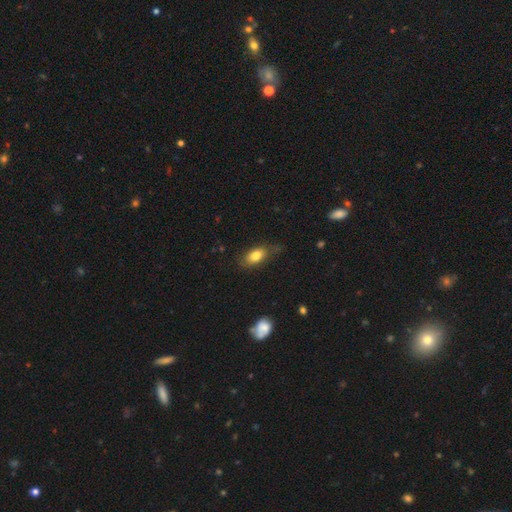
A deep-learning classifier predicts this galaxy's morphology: The model was most divided on "merging": none: 64%, minor disturbance: 25%, major disturbance: 9%, merger: 2%. More confident: how rounded — in between (85%); smooth or featured — smooth (79%).